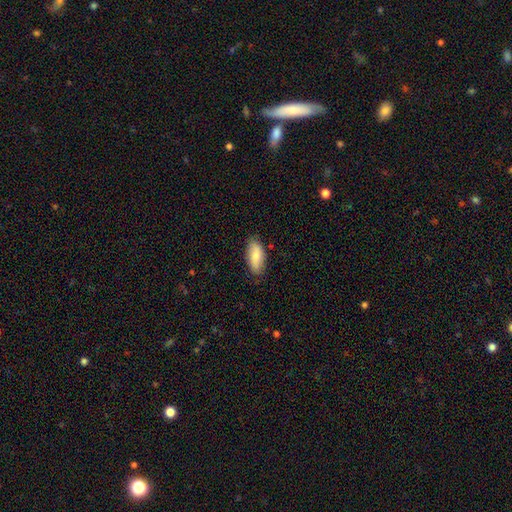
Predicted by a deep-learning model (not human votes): Morphology: type=smooth (79%); roundness=in between (86%); merging=none (81%).